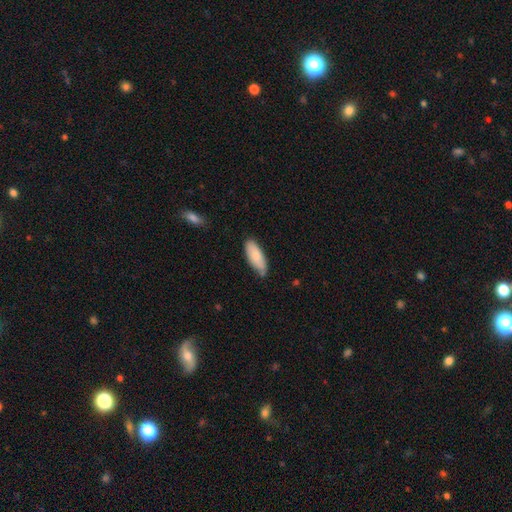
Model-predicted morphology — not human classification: Overall: smooth (80%). How rounded: in between (77%). Merging: none (71%).